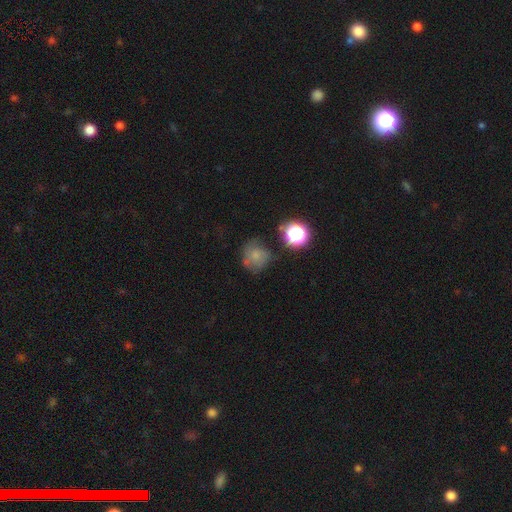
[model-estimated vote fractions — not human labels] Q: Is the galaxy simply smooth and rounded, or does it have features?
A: smooth — 64%.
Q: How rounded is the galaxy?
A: round — 82%.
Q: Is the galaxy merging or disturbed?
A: none — 53%.